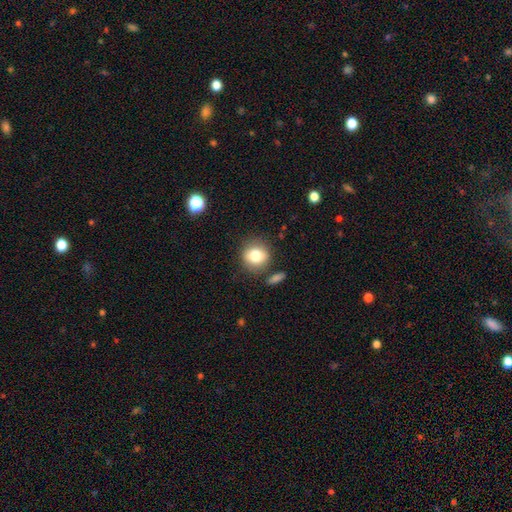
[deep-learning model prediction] Smooth or featured? smooth (80%)
How rounded? round (83%)
Merging? none (78%)